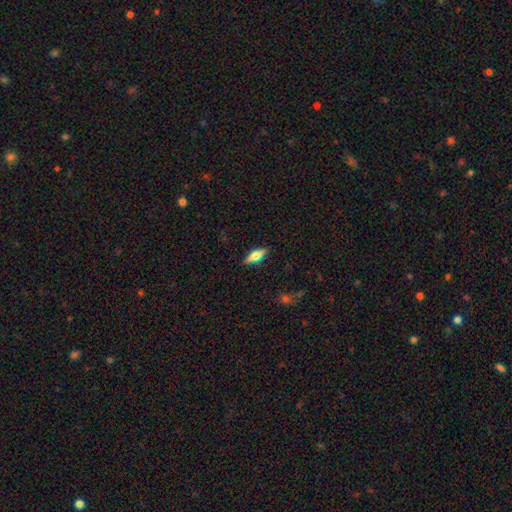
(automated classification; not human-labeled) Smooth or featured? Predicted: smooth (p=0.49). Merging? Predicted: none (p=0.86).